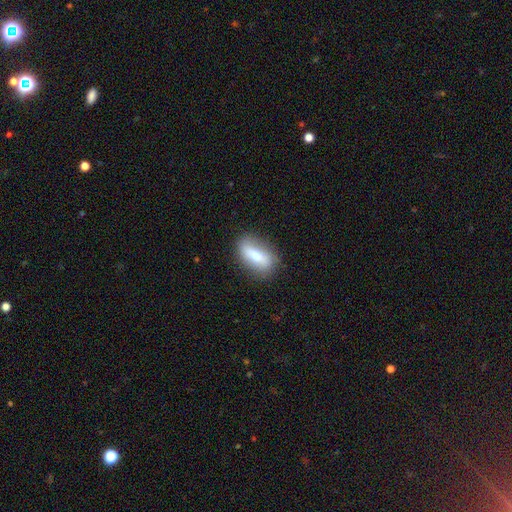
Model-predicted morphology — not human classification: Overall: smooth (64%; featured or disk 28%). How rounded: in between (80%). Merging: none (81%).